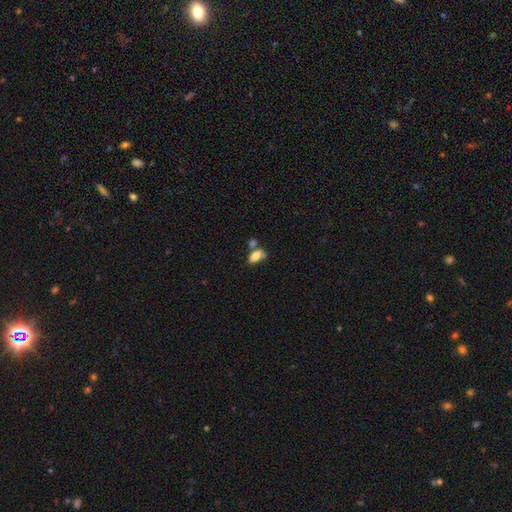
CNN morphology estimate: This appears to be a smooth galaxy with no disk features (78%) that is in between round and cigar-shaped (87%). Merging: none (47%).